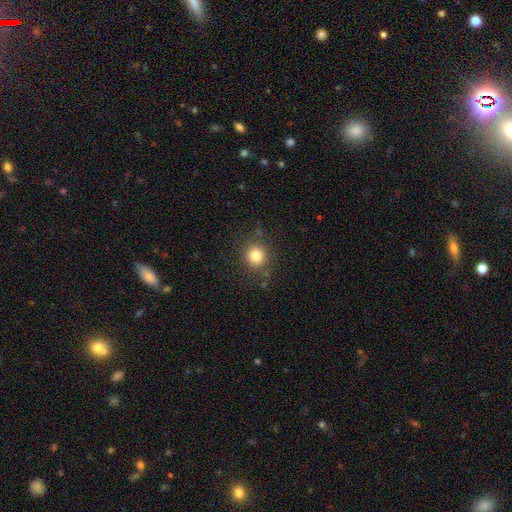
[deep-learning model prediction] Overall: smooth (81%). How rounded: round (90%). Merging: none (86%).